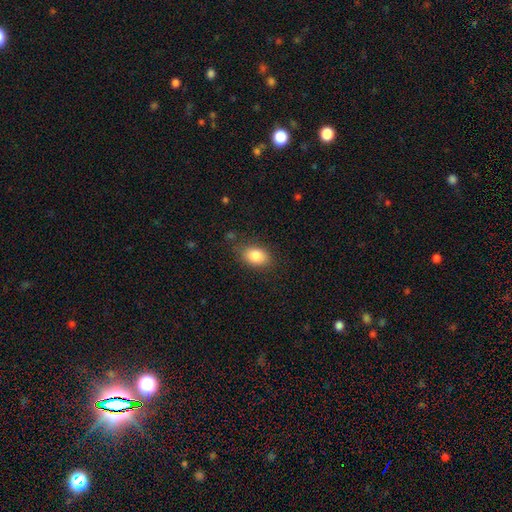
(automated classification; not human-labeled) Smooth or featured?
  - smooth: 85% *
  - star or artifact: 8%
  - featured or disk: 7%
How rounded?
  - in between: 85% *
  - round: 13%
  - cigar-shaped: 1%
Merging?
  - none: 79% *
  - minor disturbance: 15%
  - major disturbance: 4%
  - merger: 2%